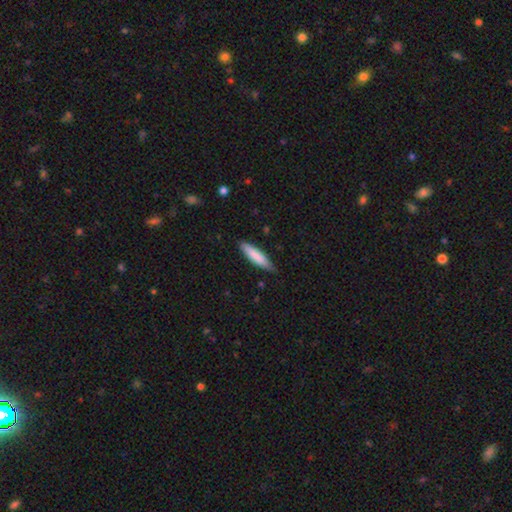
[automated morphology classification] smooth_or_featured: smooth (p=0.81) [alt: featured or disk p=0.14]
how_rounded: cigar-shaped (p=0.77) [alt: in between p=0.22]
merging: none (p=0.76) [alt: minor disturbance p=0.20]